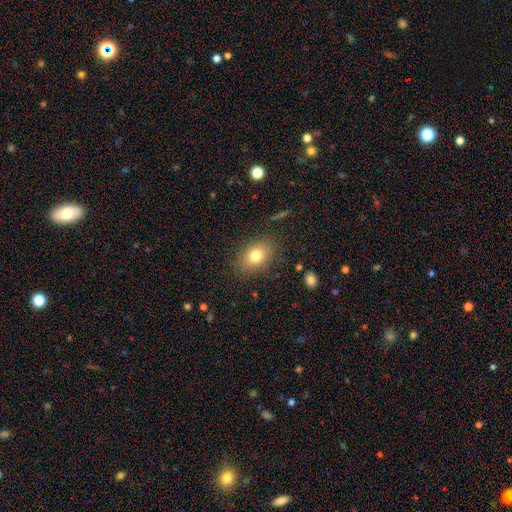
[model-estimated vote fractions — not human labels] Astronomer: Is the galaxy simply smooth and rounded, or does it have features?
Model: smooth — 78%.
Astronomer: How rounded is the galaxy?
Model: in between — 78%.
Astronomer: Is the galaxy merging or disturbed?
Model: none — 84%.